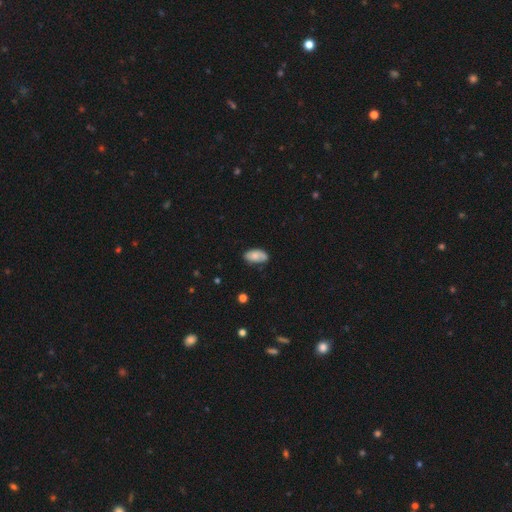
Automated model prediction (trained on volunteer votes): Overall: smooth (72%). How rounded: in between (93%). Merging: none (65%; minor disturbance 27%).